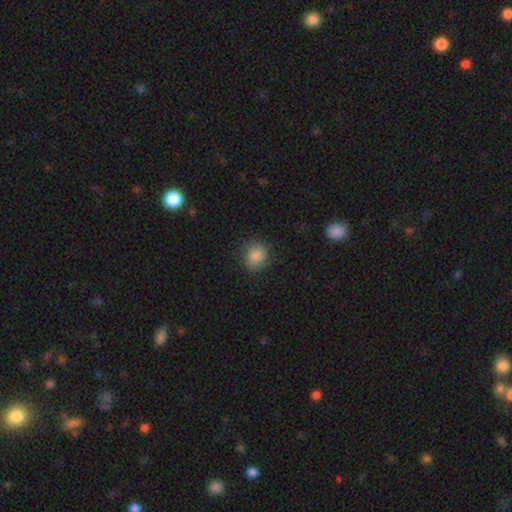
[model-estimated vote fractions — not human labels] smooth-or-featured: smooth: 85% | star or artifact: 9% | featured or disk: 6%
  how-rounded: round: 77% | in between: 22% | cigar-shaped: 1%
  merging: none: 81% | minor disturbance: 14% | major disturbance: 4% | merger: 1%